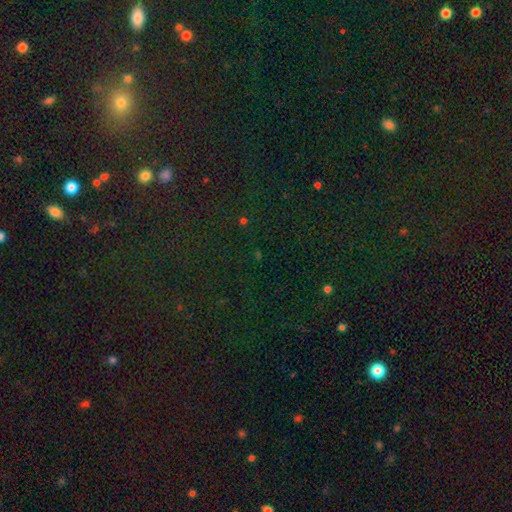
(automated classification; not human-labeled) This is likely a star or artifact rather than a galaxy (73%).